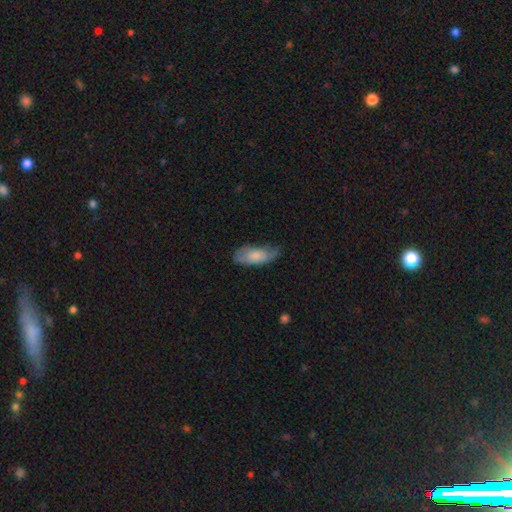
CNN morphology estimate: Overall: smooth (68%). How rounded: in between (84%). Merging: none (52%; minor disturbance 35%).